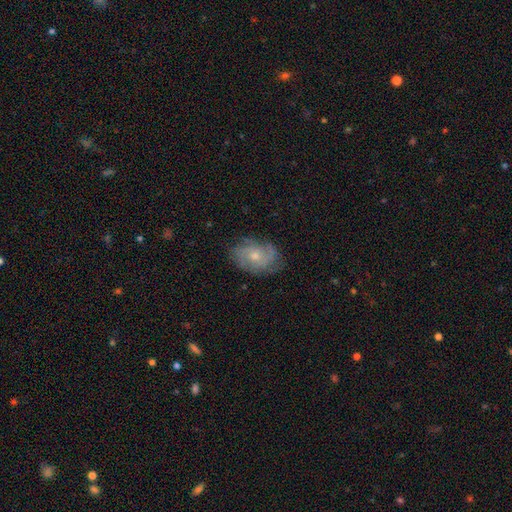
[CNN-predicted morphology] featured or disk 68%, smooth 24%, star or artifact 8%. Down the decision tree: edge-on disk — no (97%); bar — no (80%); spiral arms — yes (88%); spiral arm count — can't tell (35%); spiral winding — tight (45%); bulge size — moderate (51%); merging — none (73%).